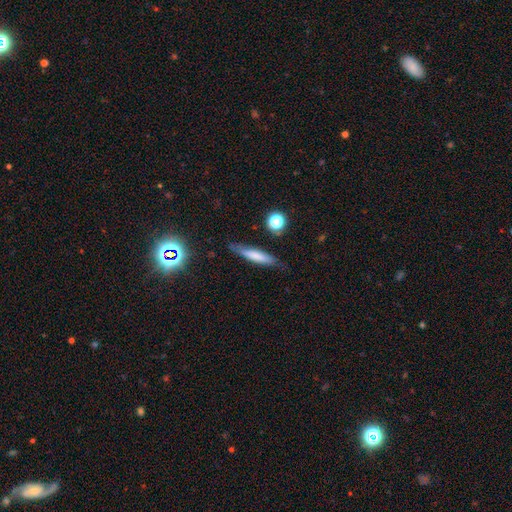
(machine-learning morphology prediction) Smooth or featured?
  - smooth: 67% *
  - featured or disk: 25%
  - star or artifact: 8%
How rounded?
  - cigar-shaped: 85% *
  - in between: 13%
  - round: 2%
Merging?
  - none: 77% *
  - minor disturbance: 17%
  - major disturbance: 4%
  - merger: 2%